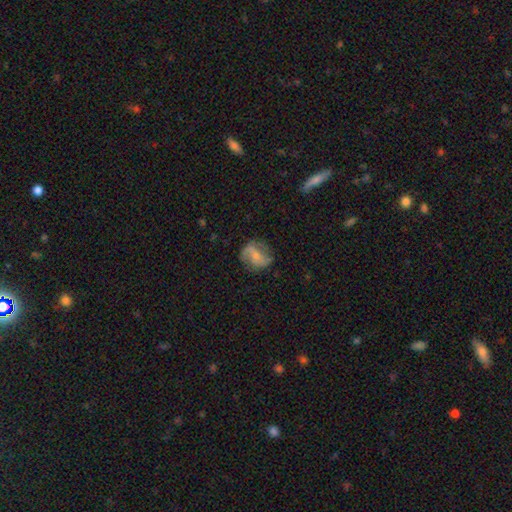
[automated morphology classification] Smooth or featured: featured or disk — 62% (smooth — 30%)
Edge-on disk: no — 96% (yes — 4%)
Bar: no — 42% (weak — 36%)
Spiral arms: yes — 85% (no — 15%)
Spiral winding: loose — 51% (medium — 36%)
Spiral arm count: 2 — 85% (can't tell — 7%)
Bulge size: small — 60% (moderate — 32%)
Merging: none — 69% (minor disturbance — 21%)